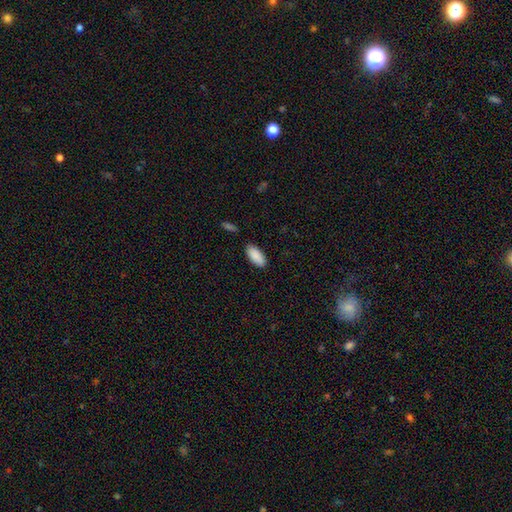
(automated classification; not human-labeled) Morphology: type=smooth (90%); roundness=in between (90%); merging=none (86%).